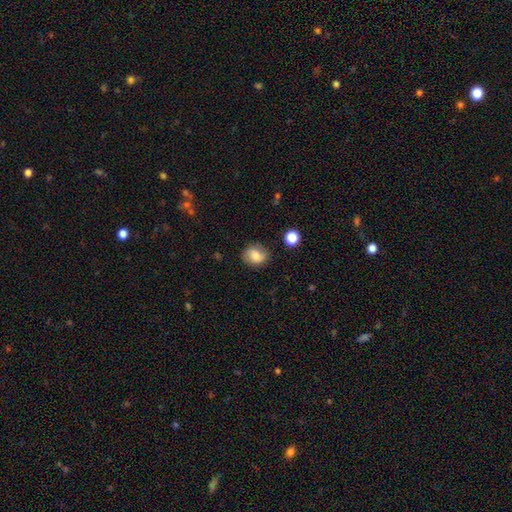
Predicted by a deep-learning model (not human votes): Q: Smooth or featured?
A: smooth (77%); runner-up: featured or disk (13%)
Q: How rounded?
A: round (61%); runner-up: in between (38%)
Q: Merging?
A: none (79%); runner-up: minor disturbance (15%)